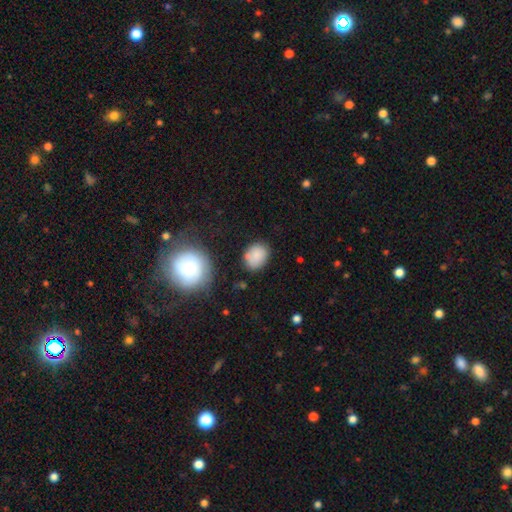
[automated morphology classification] The model was most divided on "how rounded": in between: 51%, round: 48%, cigar-shaped: 1%. More confident: smooth or featured — smooth (84%); merging — none (69%).